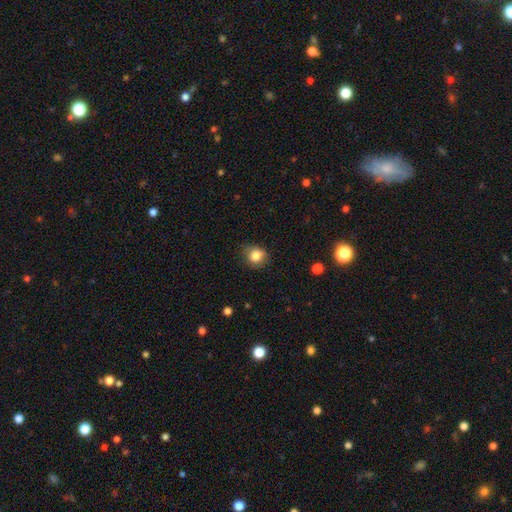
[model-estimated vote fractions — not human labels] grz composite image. It shows a smooth galaxy with no disk features (84%) that is round (73%). Merging: none (76%).